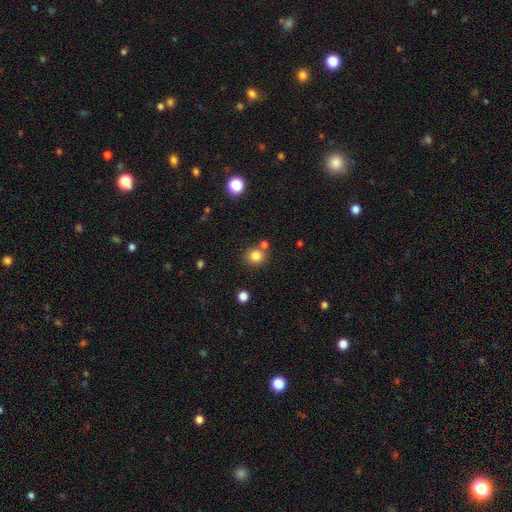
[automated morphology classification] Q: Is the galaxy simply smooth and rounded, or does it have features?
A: smooth — 82%.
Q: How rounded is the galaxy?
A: round — 86%.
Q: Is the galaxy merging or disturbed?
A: none — 72%.